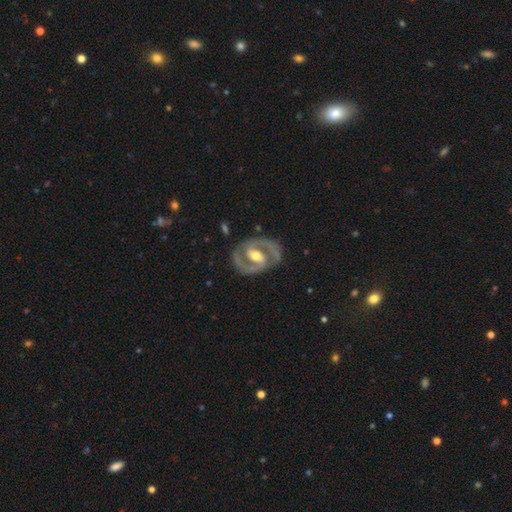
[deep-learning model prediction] This is clearly a featured or disk galaxy (88%). It is clearly not viewed edge-on (97%). Bar: marginally weak (39%). Spiral arm pattern: clearly yes (91%). Spiral arm count: clearly 2 (91%). Spiral winding: possibly medium (50%). Central bulge: likely moderate (72%). Merging: clearly none (83%).